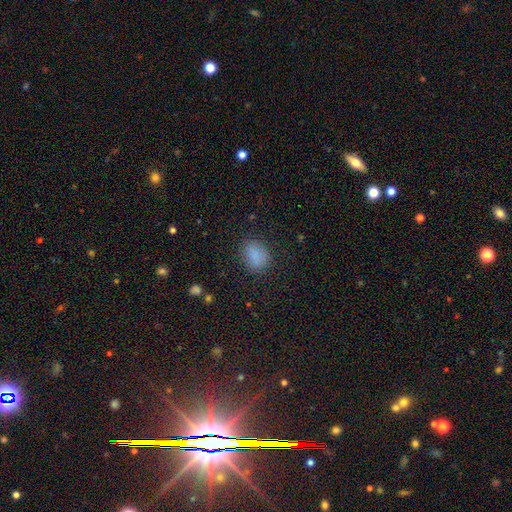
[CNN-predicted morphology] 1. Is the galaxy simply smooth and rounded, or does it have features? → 82% smooth, 11% star or artifact, 7% featured or disk.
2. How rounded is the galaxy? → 61% in between, 37% round, 1% cigar-shaped.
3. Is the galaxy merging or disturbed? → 80% none, 14% minor disturbance, 5% major disturbance, 2% merger.